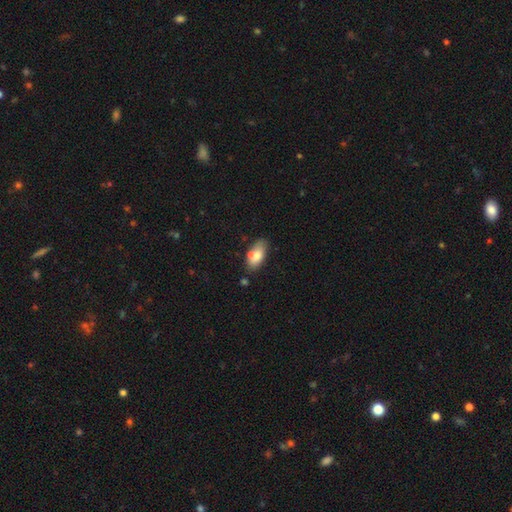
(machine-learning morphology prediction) The model was most divided on "merging": none: 65%, minor disturbance: 19%, merger: 12%, major disturbance: 4%. More confident: how rounded — in between (90%); smooth or featured — smooth (76%).